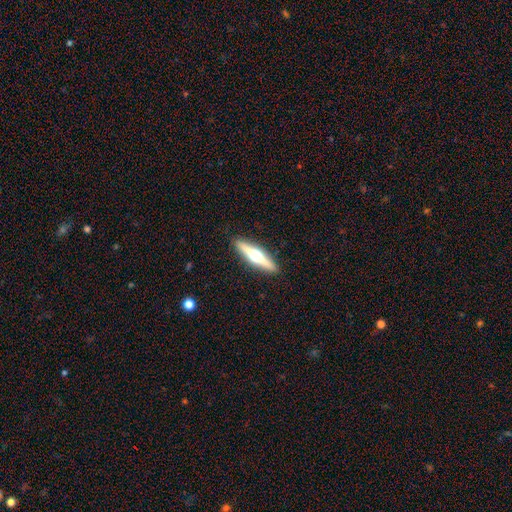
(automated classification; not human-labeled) featured or disk 69%, smooth 26%, star or artifact 5%. Down the decision tree: edge-on disk — yes (97%); edge-on bulge — rounded (96%); merging — none (91%).